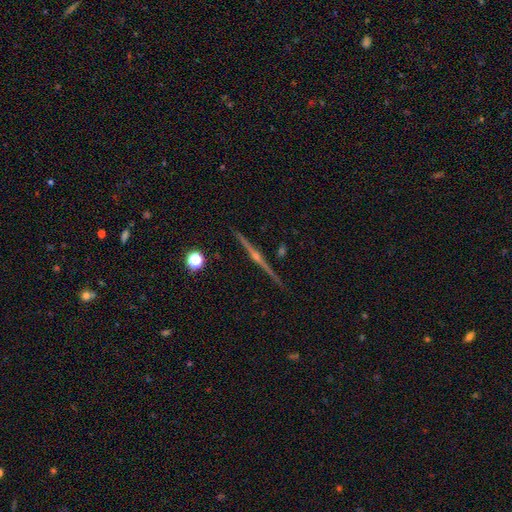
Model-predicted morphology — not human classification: Q: Smooth or featured?
A: featured or disk (88%); runner-up: star or artifact (7%)
Q: Edge-on disk?
A: yes (99%); runner-up: no (1%)
Q: Edge-on bulge?
A: rounded (92%); runner-up: none (4%)
Q: Merging?
A: none (92%); runner-up: minor disturbance (5%)